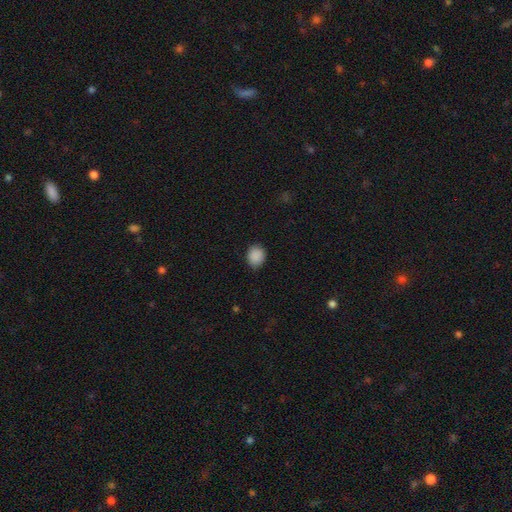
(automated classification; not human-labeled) Q: Smooth or featured?
A: smooth (89%); runner-up: star or artifact (9%)
Q: How rounded?
A: round (63%); runner-up: in between (36%)
Q: Merging?
A: none (82%); runner-up: minor disturbance (14%)